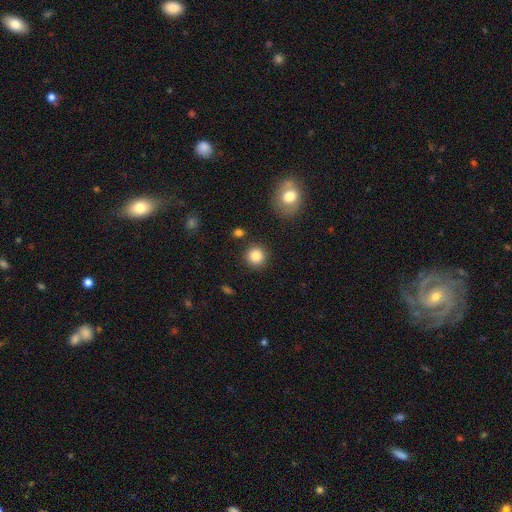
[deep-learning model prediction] smooth_or_featured: smooth (p=0.85) [alt: star or artifact p=0.10]
how_rounded: round (p=0.93) [alt: in between p=0.06]
merging: none (p=0.89) [alt: minor disturbance p=0.06]